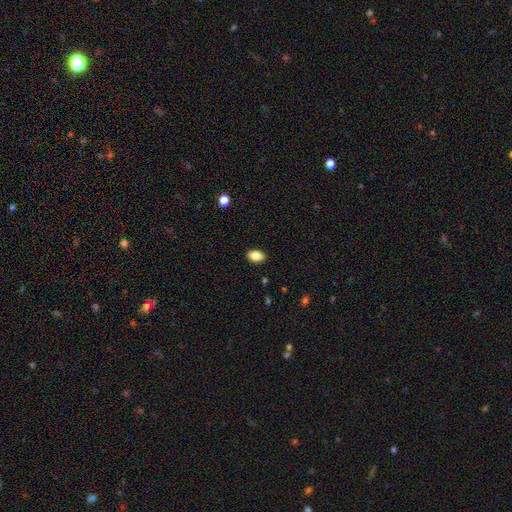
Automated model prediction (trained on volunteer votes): Smooth or featured: smooth — 83% (featured or disk — 9%)
How rounded: in between — 90% (round — 8%)
Merging: none — 89% (minor disturbance — 8%)